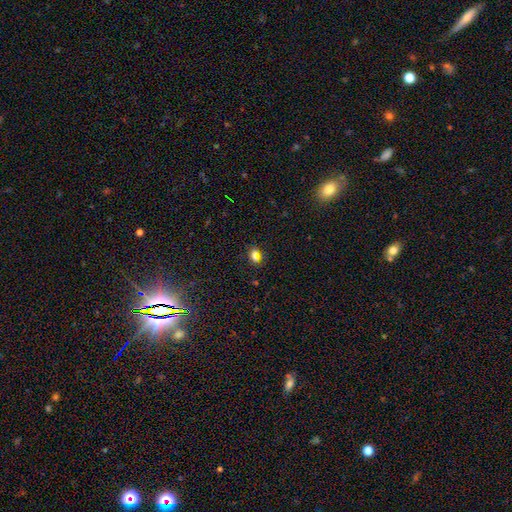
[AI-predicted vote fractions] Smooth or featured?
  - smooth: 65% *
  - star or artifact: 26%
  - featured or disk: 9%
How rounded?
  - in between: 51% *
  - round: 45%
  - cigar-shaped: 4%
Merging?
  - none: 81% *
  - minor disturbance: 11%
  - merger: 4%
  - major disturbance: 4%